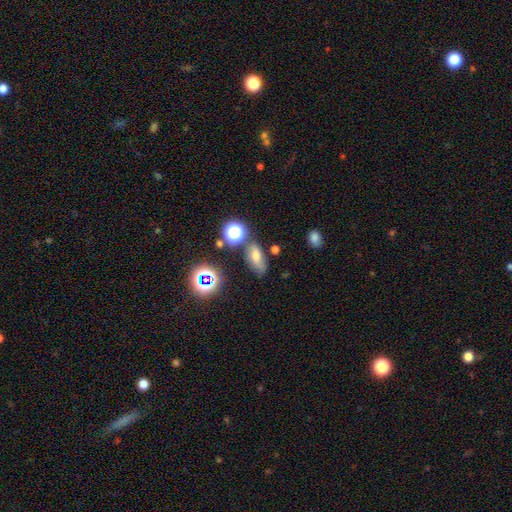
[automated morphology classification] Smooth or featured?
  - smooth: 55% *
  - star or artifact: 26%
  - featured or disk: 20%
How rounded?
  - in between: 75% *
  - round: 14%
  - cigar-shaped: 10%
Merging?
  - none: 64% *
  - minor disturbance: 20%
  - merger: 8%
  - major disturbance: 7%